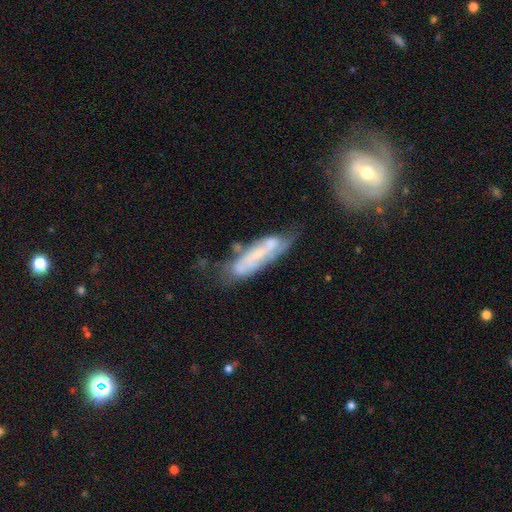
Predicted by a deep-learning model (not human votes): smooth_or_featured: featured or disk (p=0.64) [alt: smooth p=0.28]
disk_edge_on: no (p=0.78) [alt: yes p=0.22]
merging: none (p=0.44) [alt: minor disturbance p=0.26]